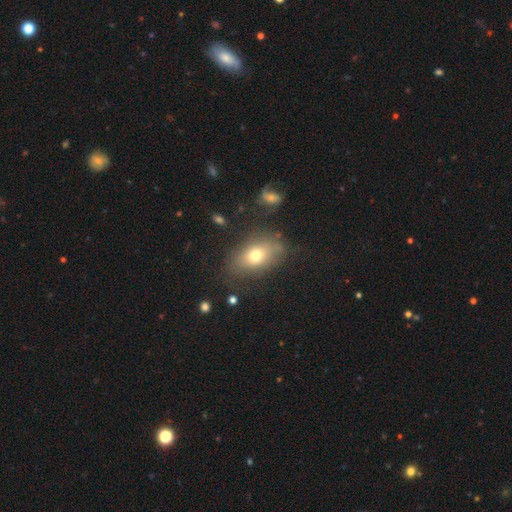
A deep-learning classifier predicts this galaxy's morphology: Smooth or featured: smooth — 70% (featured or disk — 19%)
How rounded: in between — 83% (round — 14%)
Merging: none — 71% (minor disturbance — 18%)